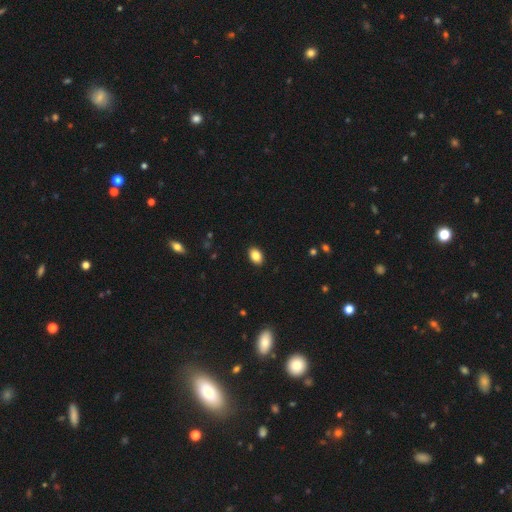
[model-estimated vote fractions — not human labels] Q: Smooth or featured?
A: smooth (86%); runner-up: star or artifact (8%)
Q: How rounded?
A: in between (85%); runner-up: round (14%)
Q: Merging?
A: none (90%); runner-up: minor disturbance (7%)